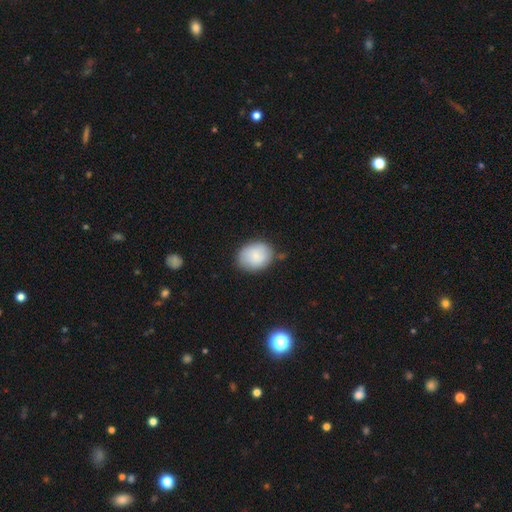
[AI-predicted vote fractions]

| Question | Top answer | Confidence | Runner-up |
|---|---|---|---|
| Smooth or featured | smooth | 81% | featured or disk (12%) |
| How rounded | in between | 53% | round (46%) |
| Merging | none | 76% | minor disturbance (18%) |